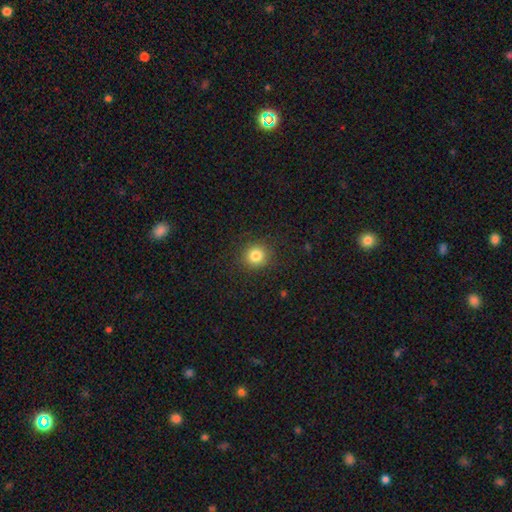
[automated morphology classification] Smooth or featured?
  - smooth: 82% *
  - star or artifact: 12%
  - featured or disk: 6%
How rounded?
  - round: 90% *
  - in between: 9%
  - cigar-shaped: 1%
Merging?
  - none: 89% *
  - minor disturbance: 7%
  - major disturbance: 3%
  - merger: 1%